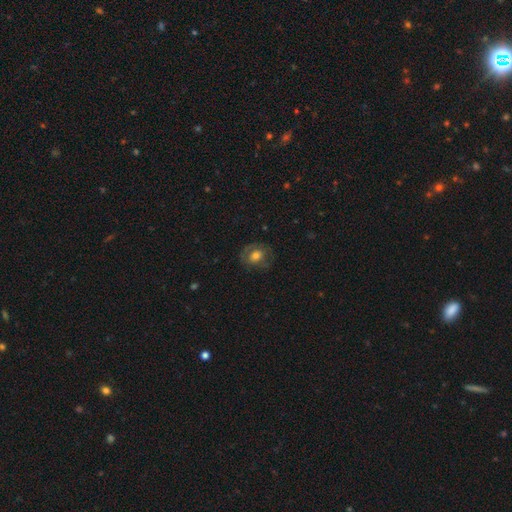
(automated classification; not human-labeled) Q: Smooth or featured?
A: smooth (53%); runner-up: featured or disk (38%)
Q: How rounded?
A: round (58%); runner-up: in between (41%)
Q: Merging?
A: none (72%); runner-up: minor disturbance (17%)